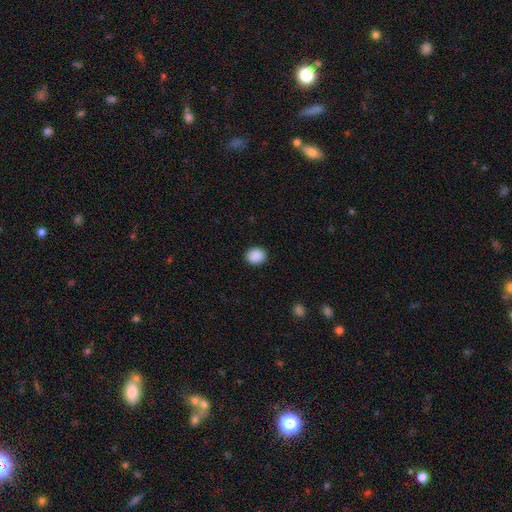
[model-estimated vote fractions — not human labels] This is clearly a smooth galaxy (89%). How rounded: likely round (71%). Merging: clearly none (91%).